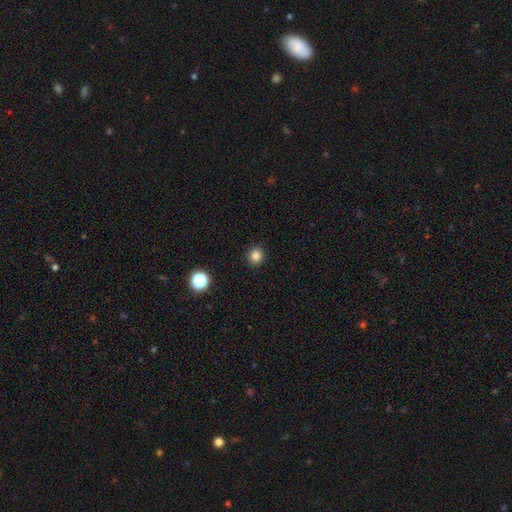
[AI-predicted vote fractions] Q: Smooth or featured?
A: smooth (83%); runner-up: star or artifact (13%)
Q: How rounded?
A: round (90%); runner-up: in between (9%)
Q: Merging?
A: none (92%); runner-up: minor disturbance (5%)